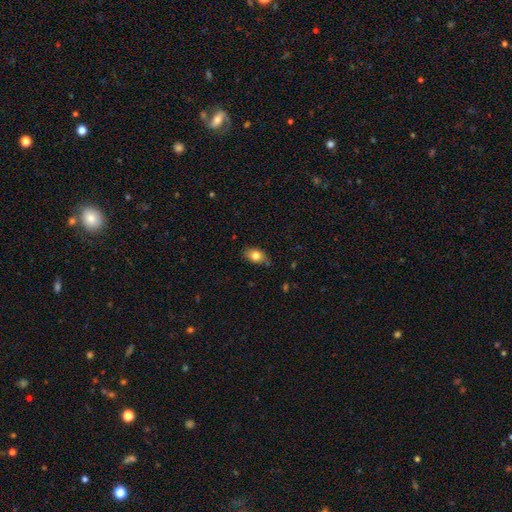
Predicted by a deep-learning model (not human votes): Q: Smooth or featured?
A: smooth (80%); runner-up: featured or disk (12%)
Q: How rounded?
A: in between (82%); runner-up: round (16%)
Q: Merging?
A: none (75%); runner-up: minor disturbance (20%)